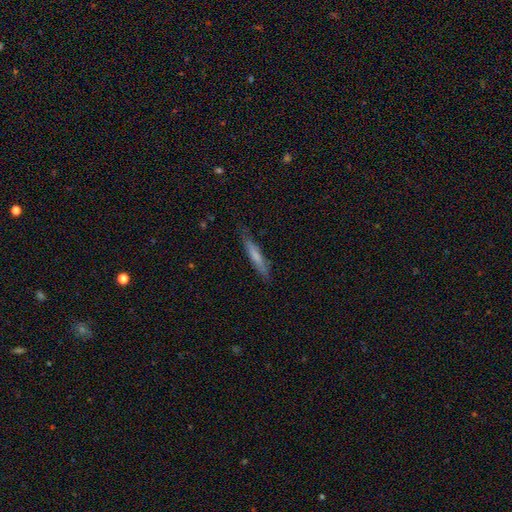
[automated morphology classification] The model was most divided on "smooth or featured": smooth: 64%, featured or disk: 30%, star or artifact: 6%. More confident: how rounded — cigar-shaped (92%); merging — none (82%).